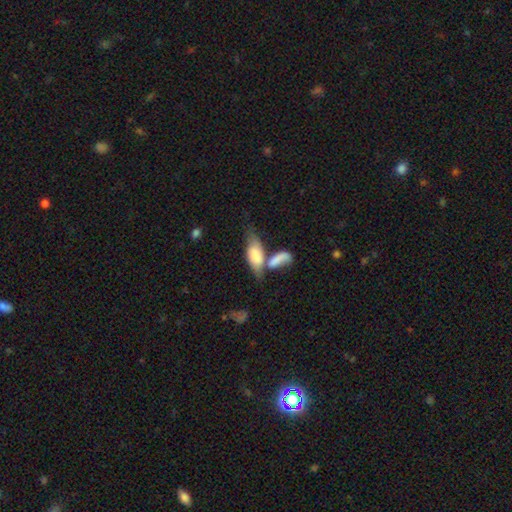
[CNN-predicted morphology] Smooth or featured?
  - smooth: 69% *
  - featured or disk: 25%
  - star or artifact: 7%
How rounded?
  - in between: 79% *
  - cigar-shaped: 18%
  - round: 3%
Merging?
  - merger: 55% *
  - none: 22%
  - minor disturbance: 13%
  - major disturbance: 10%